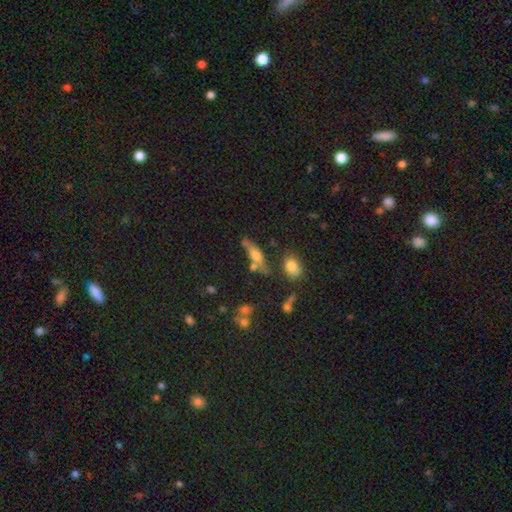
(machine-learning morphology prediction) Smooth or featured?
  - smooth: 45% *
  - featured or disk: 42%
  - star or artifact: 12%
Merging?
  - none: 59% *
  - merger: 18%
  - minor disturbance: 17%
  - major disturbance: 7%